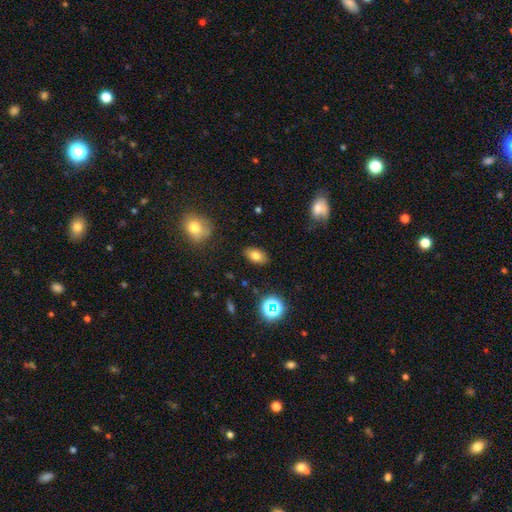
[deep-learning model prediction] This appears to be a smooth galaxy with no disk features (76%) that is in between round and cigar-shaped (89%). Merging: none (87%).